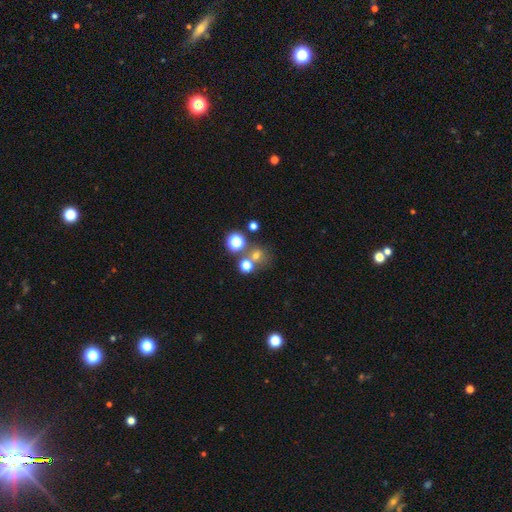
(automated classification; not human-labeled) Smooth or featured? Predicted: smooth (p=0.61). How rounded? Predicted: round (p=0.84). Merging? Predicted: none (p=0.58).